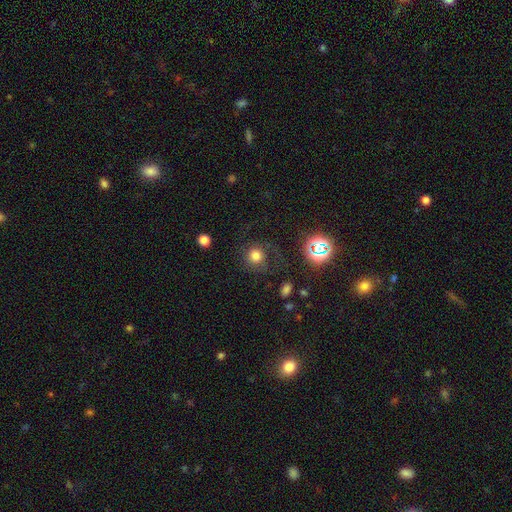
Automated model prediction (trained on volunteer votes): Morphology: type=smooth (69%); roundness=round (90%); merging=none (65%).